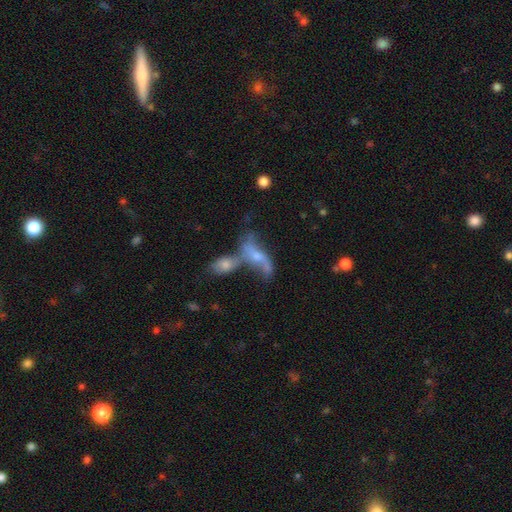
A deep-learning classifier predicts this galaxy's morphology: smooth_or_featured: featured or disk (p=0.58) [alt: smooth p=0.31]
disk_edge_on: no (p=0.79) [alt: yes p=0.21]
merging: merger (p=0.57) [alt: none p=0.21]